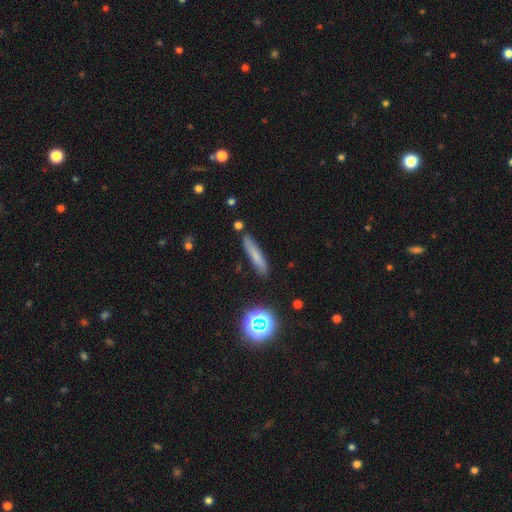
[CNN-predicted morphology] The model was most divided on "smooth or featured": smooth: 68%, featured or disk: 19%, star or artifact: 13%. More confident: how rounded — cigar-shaped (90%); merging — none (82%).